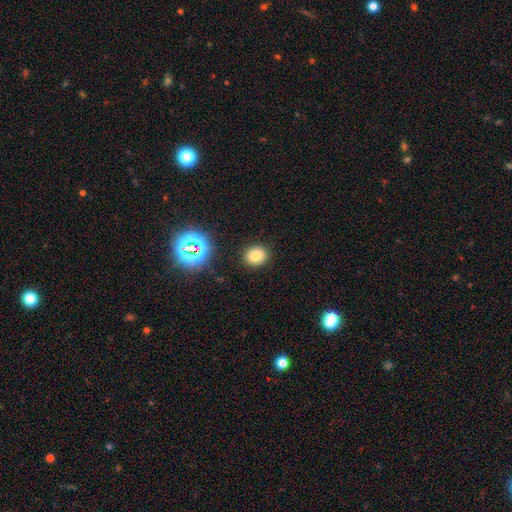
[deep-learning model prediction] Smooth or featured: smooth — 76% (star or artifact — 16%)
How rounded: round — 69% (in between — 30%)
Merging: none — 89% (minor disturbance — 7%)